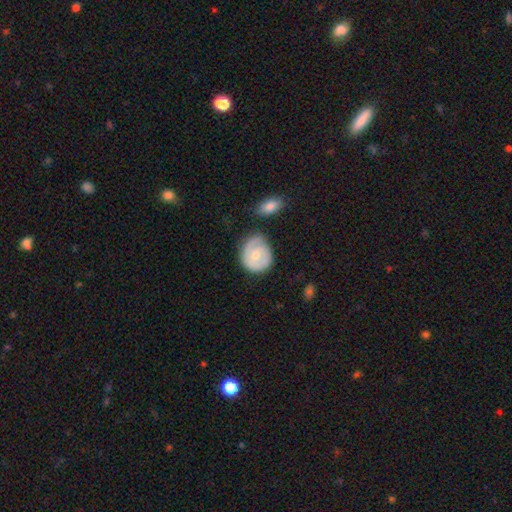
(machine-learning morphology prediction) Smooth or featured?
  - featured or disk: 54% *
  - smooth: 40%
  - star or artifact: 5%
Edge-on disk?
  - no: 97% *
  - yes: 3%
Bar?
  - no: 75% *
  - weak: 22%
  - strong: 3%
Spiral arms?
  - yes: 75% *
  - no: 25%
Bulge size?
  - moderate: 52% *
  - small: 43%
  - large: 2%
  - none: 2%
  - dominant: 1%
Merging?
  - none: 60% *
  - minor disturbance: 25%
  - major disturbance: 9%
  - merger: 5%